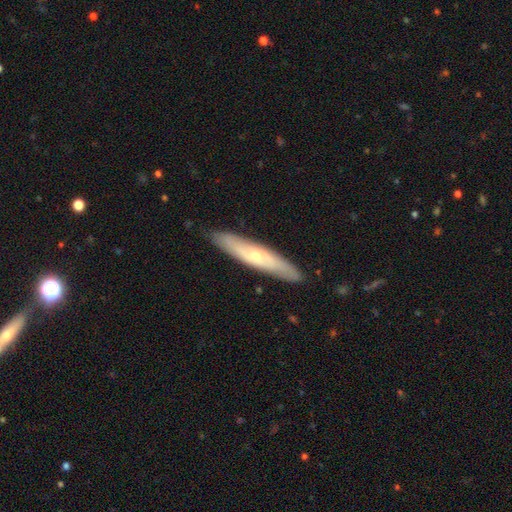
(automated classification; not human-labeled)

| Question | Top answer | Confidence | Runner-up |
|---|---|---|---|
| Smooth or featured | featured or disk | 54% | smooth (40%) |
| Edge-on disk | yes | 64% | no (36%) |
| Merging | none | 87% | minor disturbance (10%) |